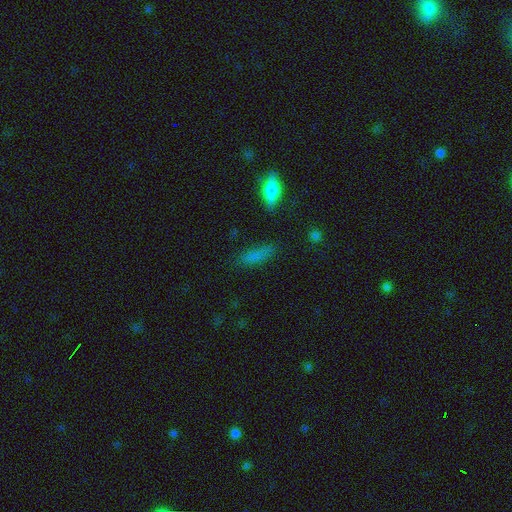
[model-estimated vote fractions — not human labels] smooth 77%, star or artifact 12%, featured or disk 11%. Down the decision tree: how rounded — cigar-shaped (56%); merging — none (77%).